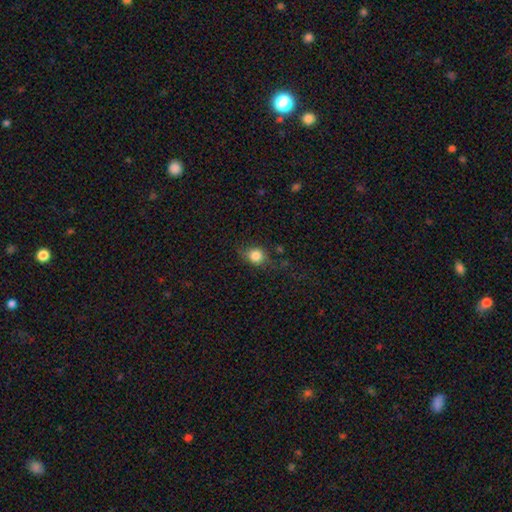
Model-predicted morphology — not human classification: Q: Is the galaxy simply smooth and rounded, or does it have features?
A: smooth — 81%.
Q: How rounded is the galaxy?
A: round — 71%.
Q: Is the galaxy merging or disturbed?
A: none — 67%.